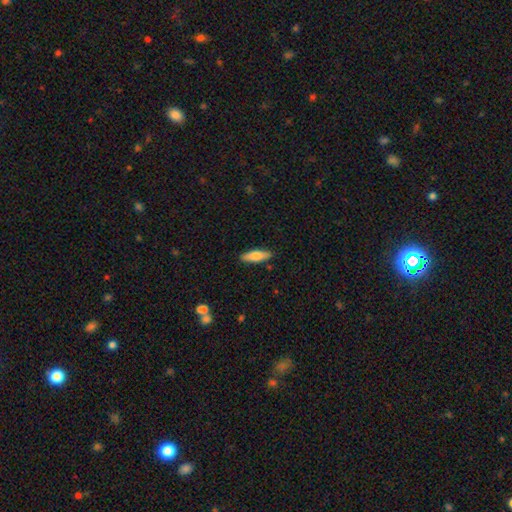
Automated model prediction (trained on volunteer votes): A smooth galaxy with no disk features (72%) that is cigar-shaped (53%).

Vote fractions:
- Smooth or featured? smooth: 72% / featured or disk: 22% / star or artifact: 6%
- How rounded? cigar-shaped: 53% / in between: 45% / round: 2%
- Merging? none: 88% / minor disturbance: 9% / major disturbance: 2% / merger: 1%